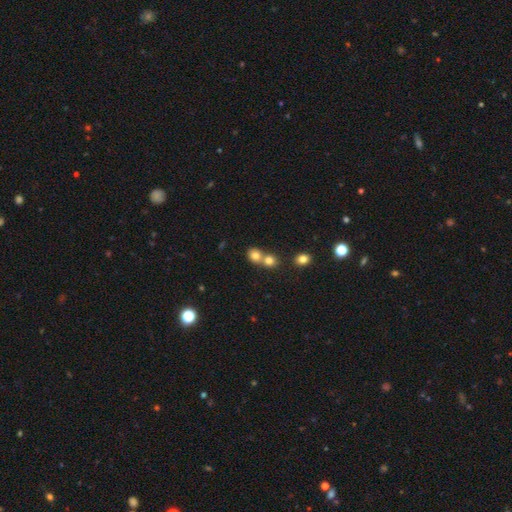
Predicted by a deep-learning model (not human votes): Smooth or featured: smooth — 78% (star or artifact — 13%)
How rounded: round — 79% (in between — 20%)
Merging: merger — 54% (none — 39%)